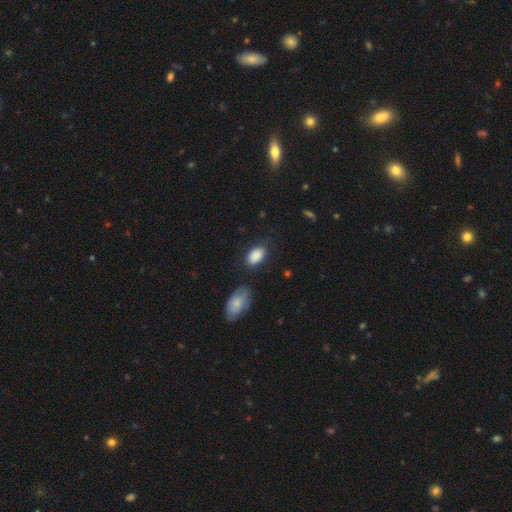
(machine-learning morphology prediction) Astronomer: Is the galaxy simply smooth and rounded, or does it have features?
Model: smooth — 88%.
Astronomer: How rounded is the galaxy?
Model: in between — 91%.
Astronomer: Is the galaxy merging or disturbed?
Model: none — 73%.